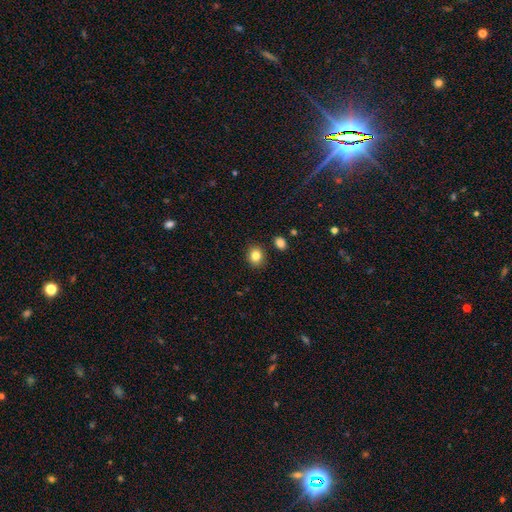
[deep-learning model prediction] Smooth or featured? smooth (84%)
How rounded? round (67%)
Merging? none (87%)